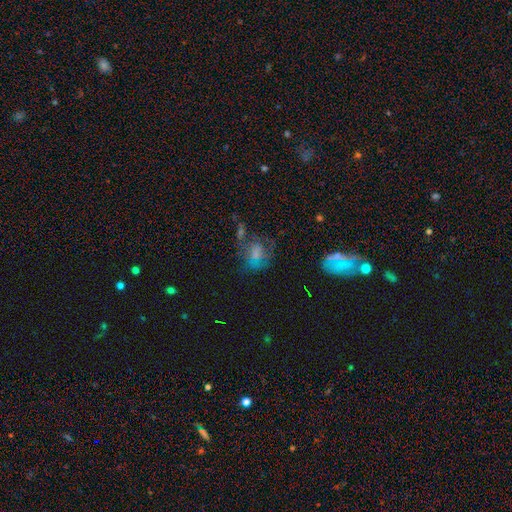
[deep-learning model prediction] Morphology: type=smooth (43%); merging=none (40%).